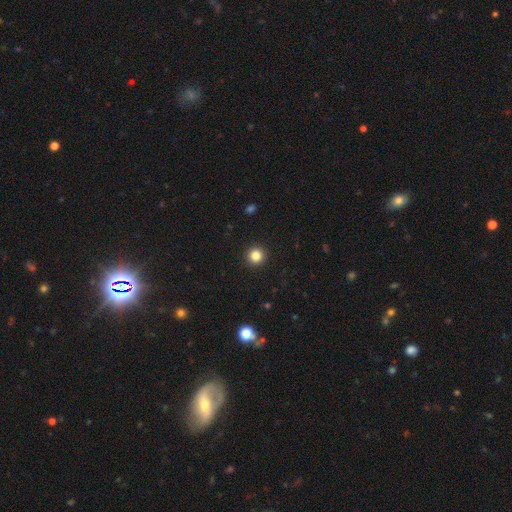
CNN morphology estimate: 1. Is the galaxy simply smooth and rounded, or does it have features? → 84% smooth, 11% star or artifact, 4% featured or disk.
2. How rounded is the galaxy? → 95% round, 4% in between, 1% cigar-shaped.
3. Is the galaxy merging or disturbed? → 93% none, 4% minor disturbance, 2% major disturbance, 1% merger.